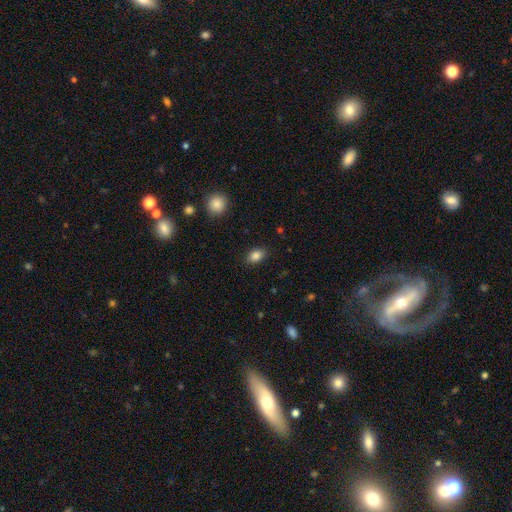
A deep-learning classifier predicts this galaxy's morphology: Smooth or featured? smooth (85%)
How rounded? in between (81%)
Merging? none (87%)